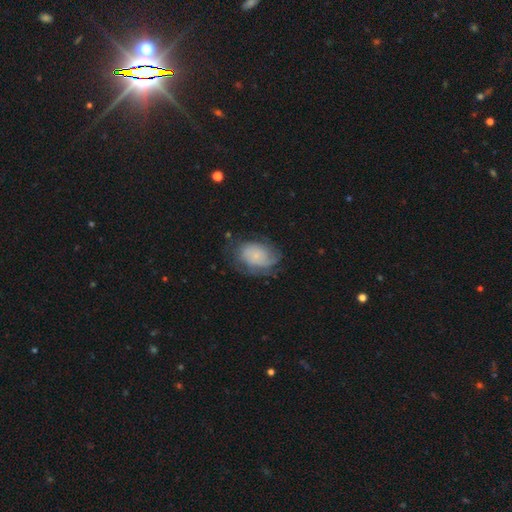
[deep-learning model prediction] Q: Smooth or featured?
A: featured or disk (52%); runner-up: smooth (40%)
Q: Edge-on disk?
A: no (97%); runner-up: yes (3%)
Q: Bar?
A: no (81%); runner-up: weak (16%)
Q: Spiral arms?
A: yes (81%); runner-up: no (19%)
Q: Bulge size?
A: small (71%); runner-up: none (14%)
Q: Merging?
A: none (57%); runner-up: minor disturbance (26%)